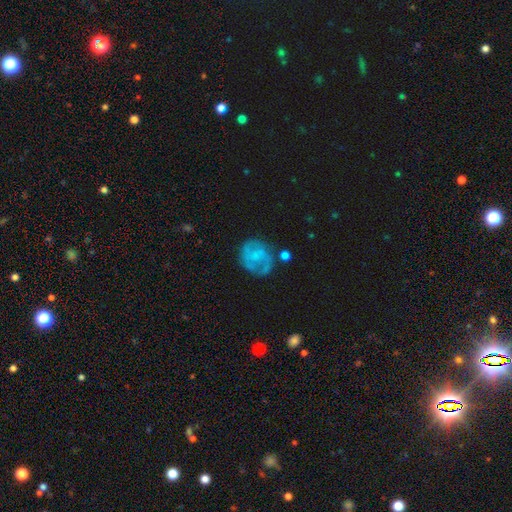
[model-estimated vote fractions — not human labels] Morphology: type=featured or disk (63%); edge-on=no (98%); bar=no (56%); spiral arms=yes (81%); bulge=none (51%); merging=none (66%).